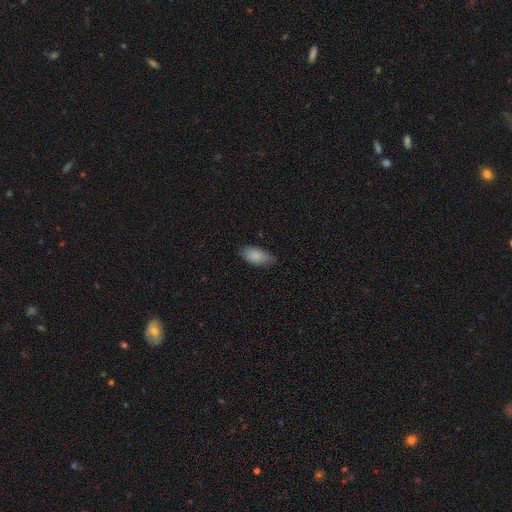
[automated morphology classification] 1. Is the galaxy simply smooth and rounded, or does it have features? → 86% smooth, 7% featured or disk, 7% star or artifact.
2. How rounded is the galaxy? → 92% in between, 5% cigar-shaped, 3% round.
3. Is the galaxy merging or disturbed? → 71% none, 24% minor disturbance, 4% major disturbance, 1% merger.